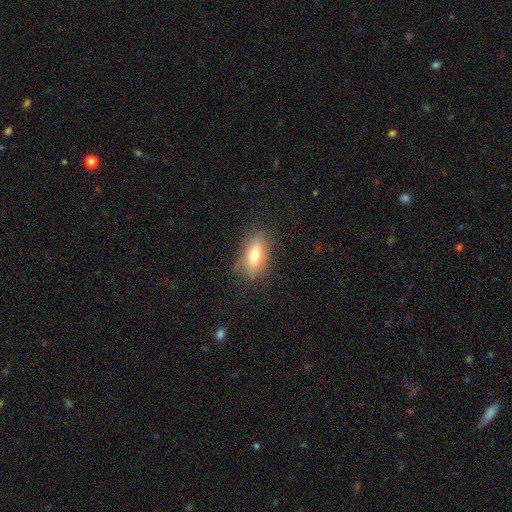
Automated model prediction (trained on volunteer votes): This appears to be a smooth galaxy with no disk features (73%) that is in between round and cigar-shaped (84%). Merging: none (75%).